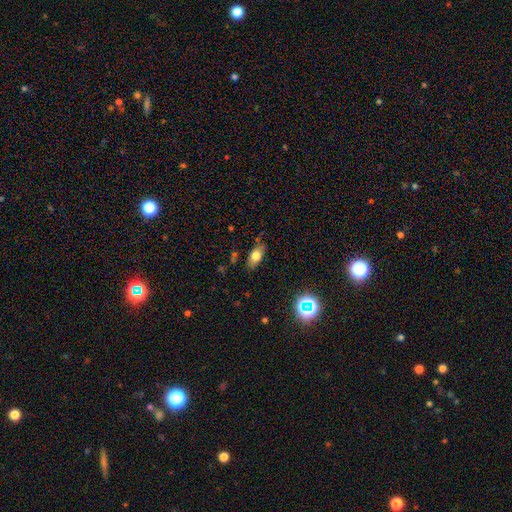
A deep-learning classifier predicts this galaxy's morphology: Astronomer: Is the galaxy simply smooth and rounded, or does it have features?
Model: smooth — 72%.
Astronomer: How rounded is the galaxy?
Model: in between — 84%.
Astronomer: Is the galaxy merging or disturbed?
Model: none — 79%.